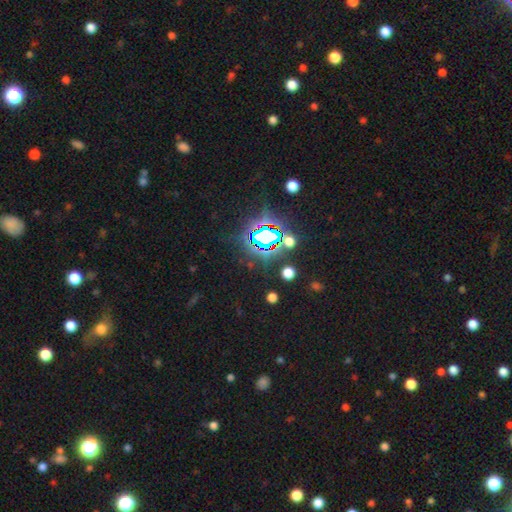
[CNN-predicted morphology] star or artifact 83%, smooth 11%, featured or disk 7%.